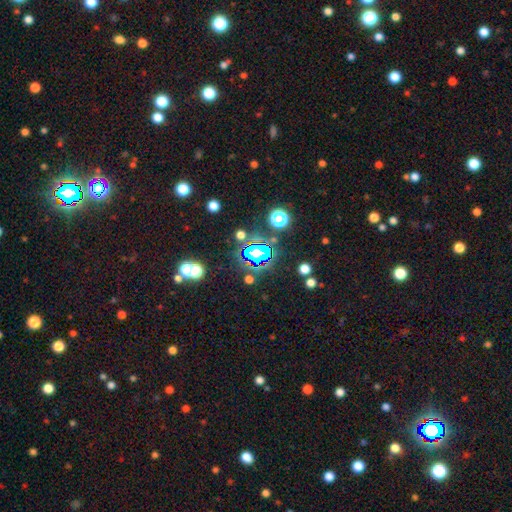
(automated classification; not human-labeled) Smooth or featured?
  - star or artifact: 79% *
  - smooth: 13%
  - featured or disk: 7%